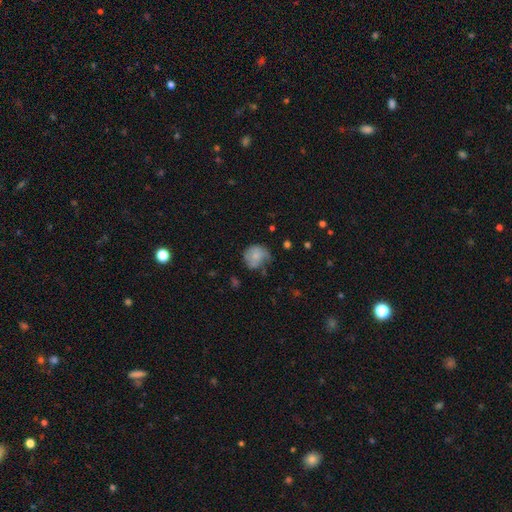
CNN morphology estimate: smooth 72%, featured or disk 19%, star or artifact 9%. Down the decision tree: how rounded — round (74%); merging — none (44%).